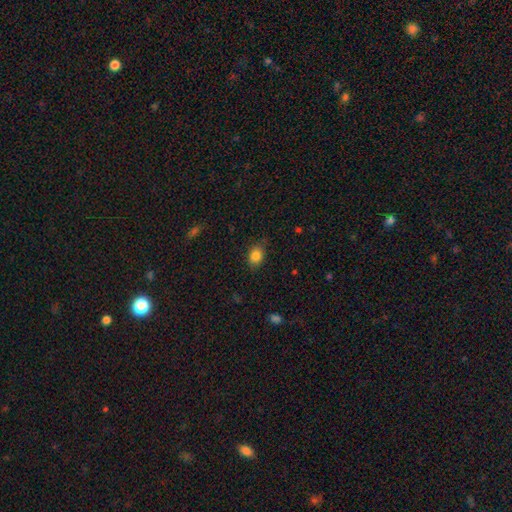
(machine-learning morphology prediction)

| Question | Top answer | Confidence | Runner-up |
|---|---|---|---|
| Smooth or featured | smooth | 85% | star or artifact (9%) |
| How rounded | in between | 71% | round (27%) |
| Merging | none | 81% | minor disturbance (15%) |